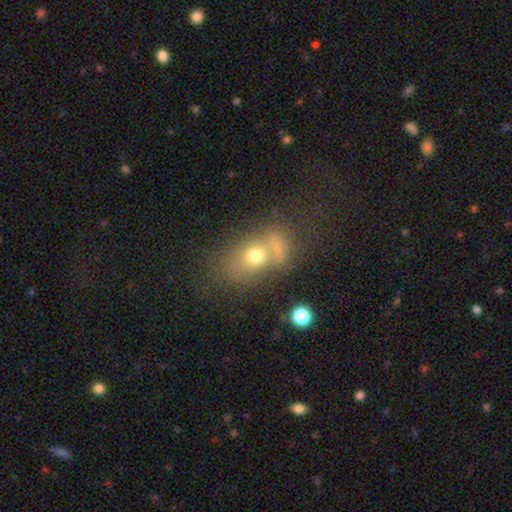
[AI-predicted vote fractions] Smooth or featured? smooth (64%)
How rounded? in between (67%)
Merging? merger (40%)